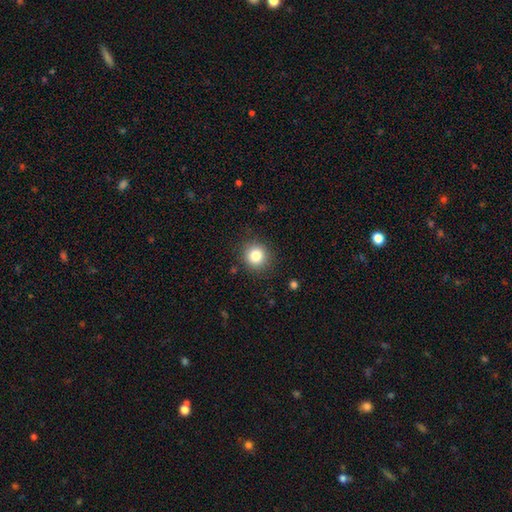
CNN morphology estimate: This appears to be a smooth galaxy with no disk features (83%) that is round (91%). Merging: none (88%).